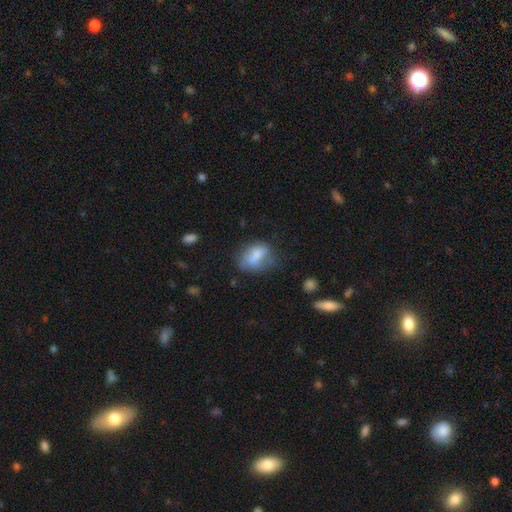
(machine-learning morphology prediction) This appears to be a smooth galaxy with no disk features (69%) that is in between round and cigar-shaped (78%). Merging: none (45%).